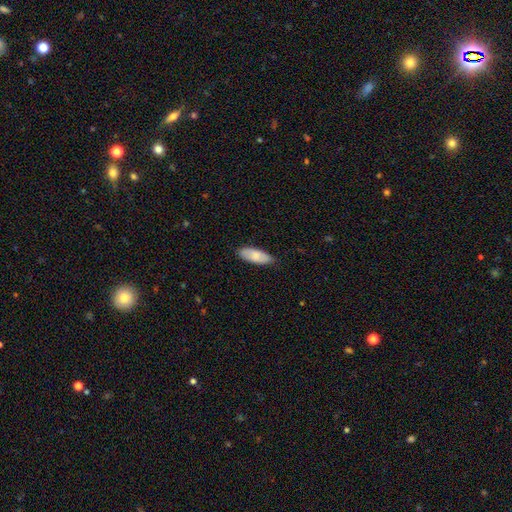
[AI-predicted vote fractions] Overall: smooth (81%). How rounded: in between (78%). Merging: none (84%).